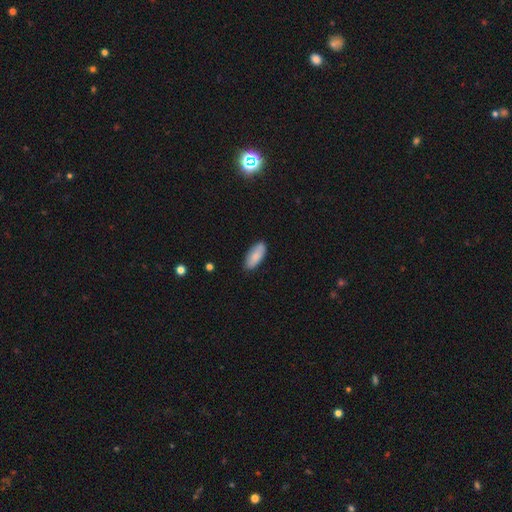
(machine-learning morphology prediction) Smooth or featured: smooth — 85% (featured or disk — 9%)
How rounded: in between — 83% (cigar-shaped — 15%)
Merging: none — 83% (minor disturbance — 14%)